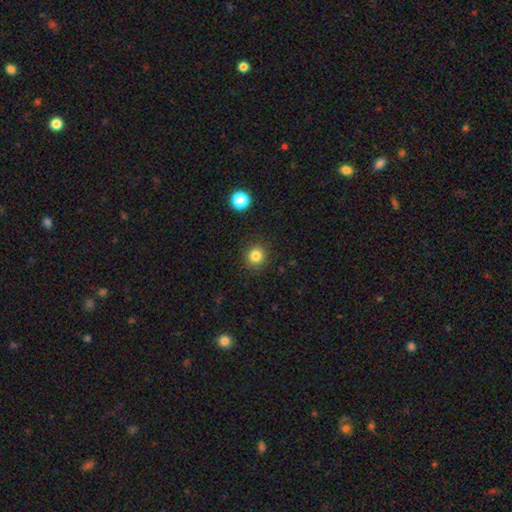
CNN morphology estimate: Smooth or featured? smooth (83%)
How rounded? round (89%)
Merging? none (89%)